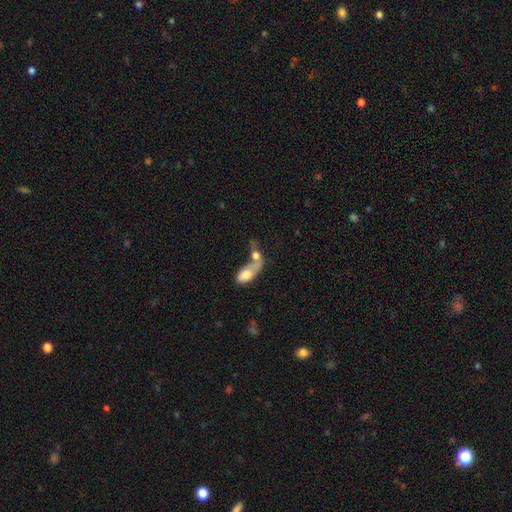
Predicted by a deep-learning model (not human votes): smooth-or-featured: smooth: 68% | featured or disk: 24% | star or artifact: 9%
  how-rounded: in between: 72% | round: 19% | cigar-shaped: 9%
  merging: merger: 74% | none: 11% | major disturbance: 10% | minor disturbance: 6%